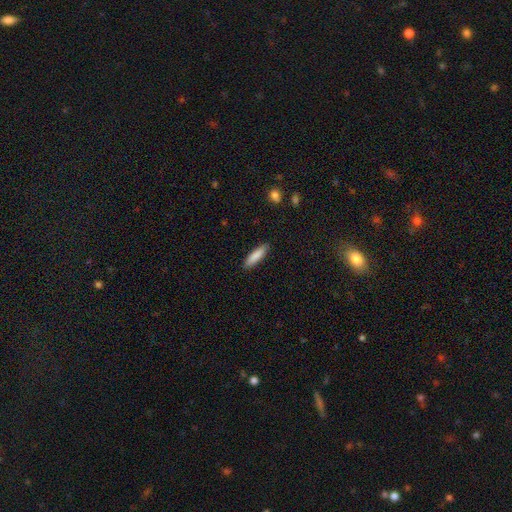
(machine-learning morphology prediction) A smooth galaxy with no disk features (85%) that is cigar-shaped (71%). Merging: none (89%).